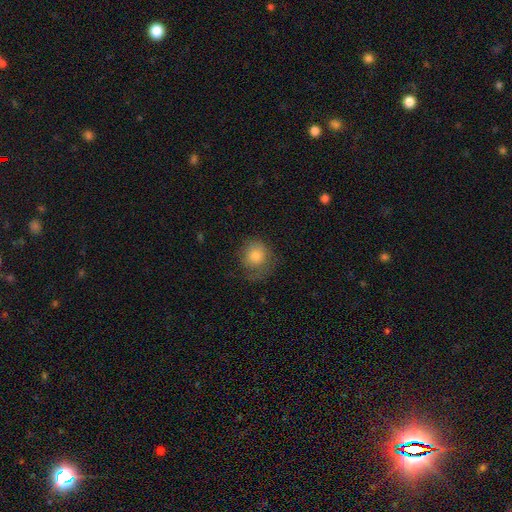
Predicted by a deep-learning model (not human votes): Morphology: type=smooth (76%); roundness=round (82%); merging=none (58%).